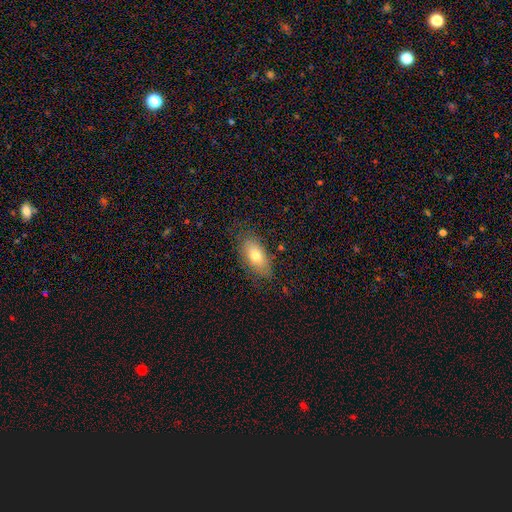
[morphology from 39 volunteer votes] Volunteers were most divided on "merging": none: 71%, minor disturbance: 26%, major disturbance: 3%, merger: 0%. More confident: how rounded — in between (96%); smooth or featured — smooth (72%).